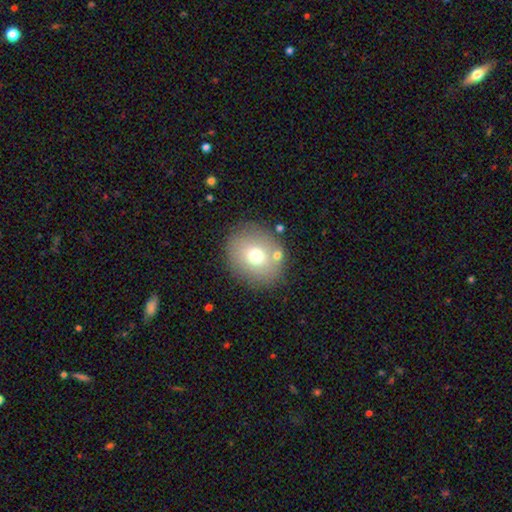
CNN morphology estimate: smooth 69%, featured or disk 19%, star or artifact 12%. Down the decision tree: how rounded — round (71%); merging — none (80%).